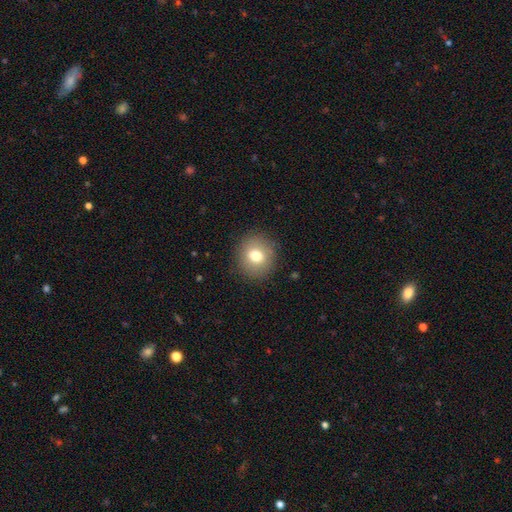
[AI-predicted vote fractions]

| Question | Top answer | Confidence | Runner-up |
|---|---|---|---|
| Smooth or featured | smooth | 77% | featured or disk (13%) |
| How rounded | round | 83% | in between (16%) |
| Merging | none | 87% | minor disturbance (8%) |